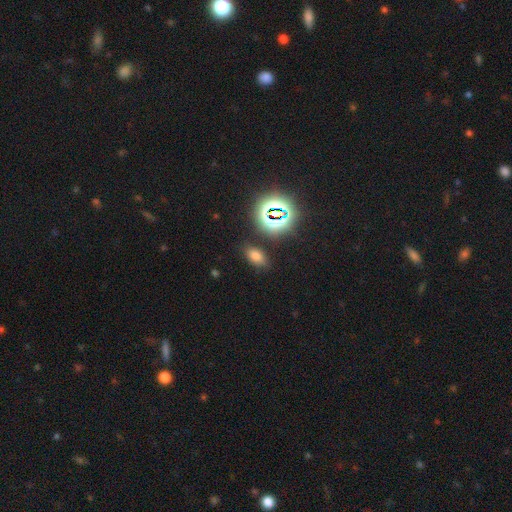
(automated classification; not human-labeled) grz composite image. It shows a smooth galaxy with no disk features (67%) that is in between round and cigar-shaped (87%). Merging: none (83%).